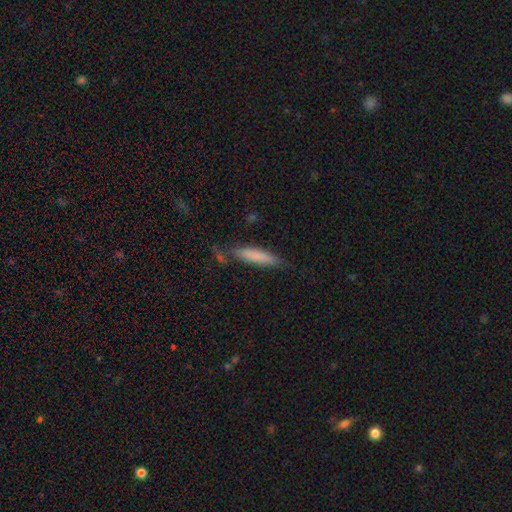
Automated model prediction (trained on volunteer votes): smooth 76%, featured or disk 17%, star or artifact 6%. Down the decision tree: how rounded — cigar-shaped (86%); merging — none (69%).